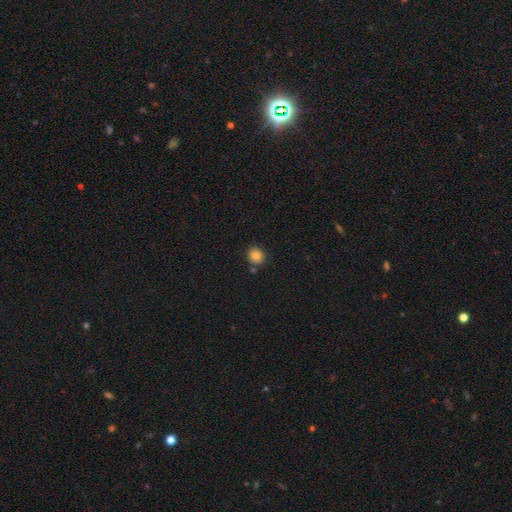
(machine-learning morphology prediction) Smooth or featured: smooth — 83% (star or artifact — 11%)
How rounded: round — 72% (in between — 27%)
Merging: none — 81% (minor disturbance — 10%)